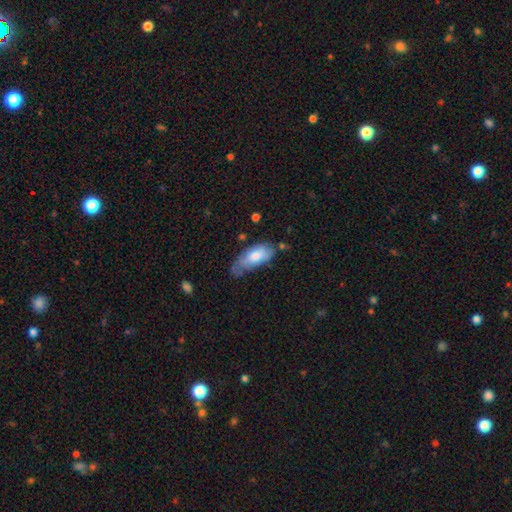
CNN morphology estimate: Smooth or featured?
  - smooth: 64% *
  - featured or disk: 29%
  - star or artifact: 7%
How rounded?
  - in between: 83% *
  - cigar-shaped: 15%
  - round: 2%
Merging?
  - none: 45% *
  - minor disturbance: 38%
  - major disturbance: 13%
  - merger: 5%